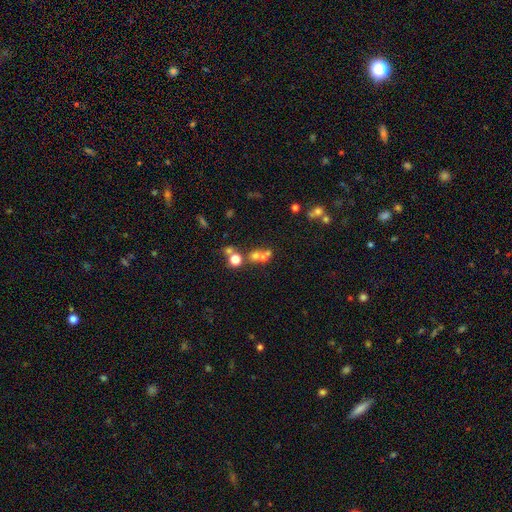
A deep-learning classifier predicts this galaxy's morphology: smooth 56%, star or artifact 23%, featured or disk 21%. Down the decision tree: how rounded — round (82%); merging — merger (47%).